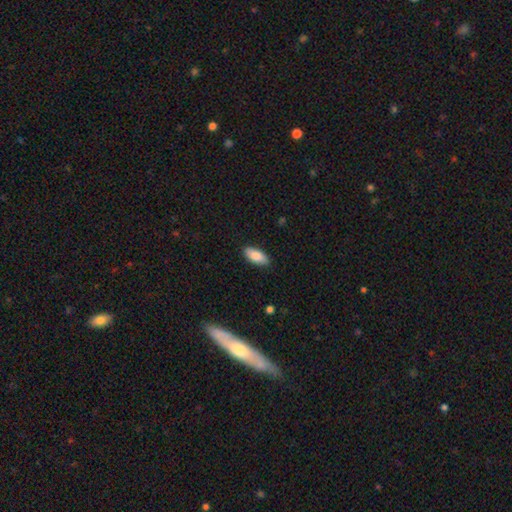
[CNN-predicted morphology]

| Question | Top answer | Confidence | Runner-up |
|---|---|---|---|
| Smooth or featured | smooth | 84% | featured or disk (10%) |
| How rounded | in between | 86% | cigar-shaped (12%) |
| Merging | none | 88% | minor disturbance (10%) |